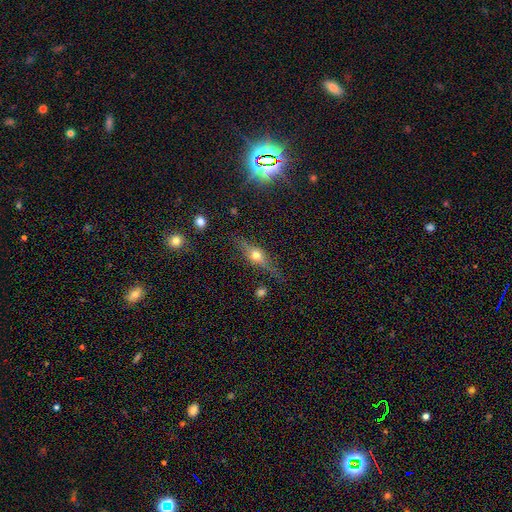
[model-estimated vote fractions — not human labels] The model was most divided on "smooth or featured": featured or disk: 56%, smooth: 31%, star or artifact: 13%. More confident: edge-on disk — yes (88%); merging — none (79%).